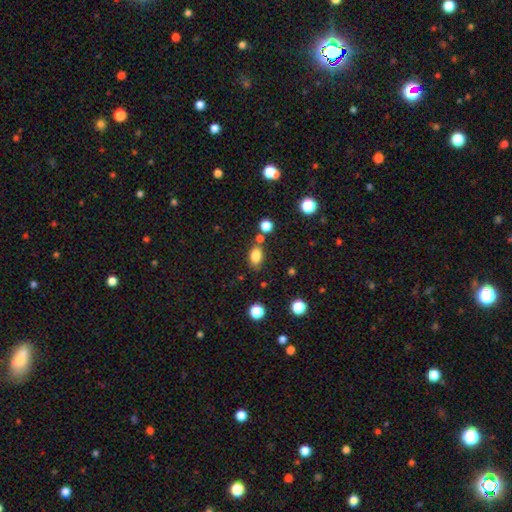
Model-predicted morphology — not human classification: smooth_or_featured: smooth (p=0.81) [alt: star or artifact p=0.11]
how_rounded: in between (p=0.78) [alt: round p=0.20]
merging: none (p=0.71) [alt: minor disturbance p=0.14]